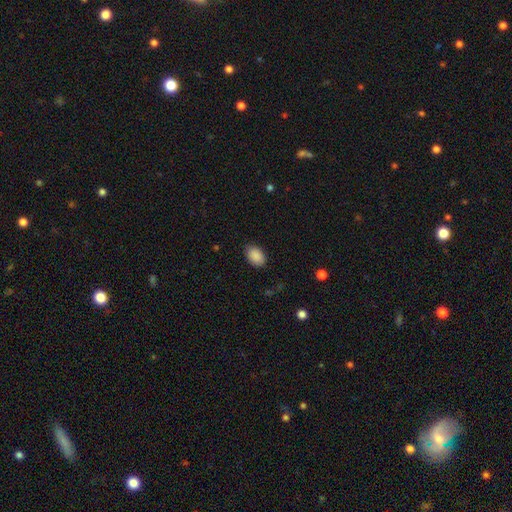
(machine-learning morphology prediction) smooth-or-featured: smooth: 89% | star or artifact: 7% | featured or disk: 3%
  how-rounded: in between: 87% | round: 11% | cigar-shaped: 1%
  merging: none: 85% | minor disturbance: 11% | major disturbance: 3% | merger: 1%